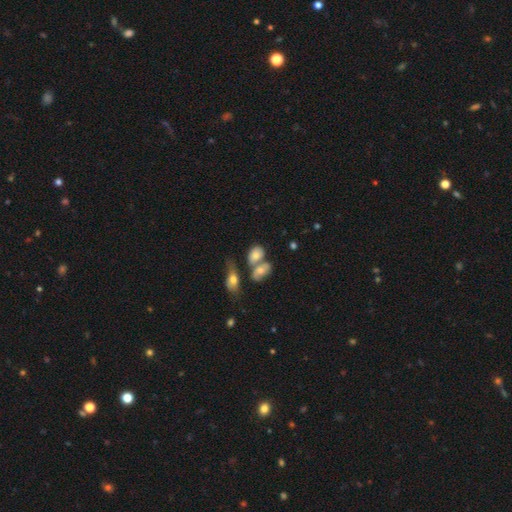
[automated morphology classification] A smooth galaxy with no disk features (70%) that is in between round and cigar-shaped (72%).

Vote fractions:
- Smooth or featured? smooth: 70% / featured or disk: 20% / star or artifact: 10%
- How rounded? in between: 72% / round: 26% / cigar-shaped: 3%
- Merging? merger: 46% / none: 33% / minor disturbance: 14% / major disturbance: 8%